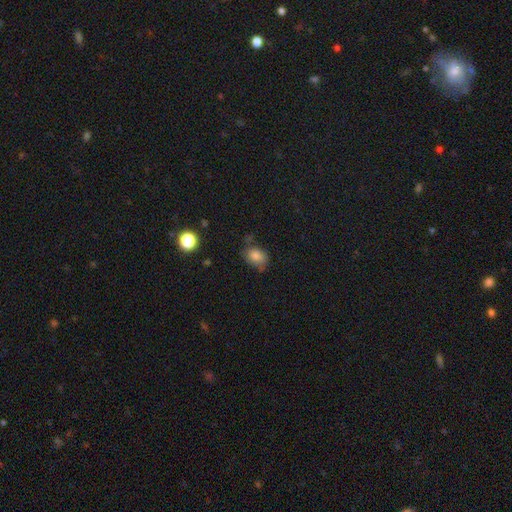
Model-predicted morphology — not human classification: Smooth or featured?
  - smooth: 81% *
  - star or artifact: 11%
  - featured or disk: 8%
How rounded?
  - in between: 71% *
  - round: 28%
  - cigar-shaped: 1%
Merging?
  - none: 61% *
  - minor disturbance: 27%
  - major disturbance: 8%
  - merger: 5%